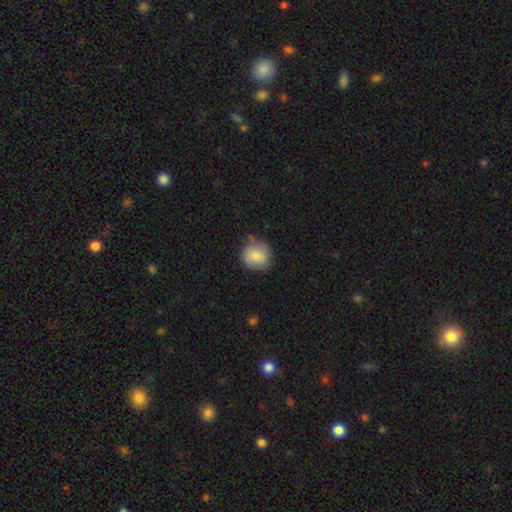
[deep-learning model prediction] Overall: smooth (82%). How rounded: round (87%). Merging: none (68%).